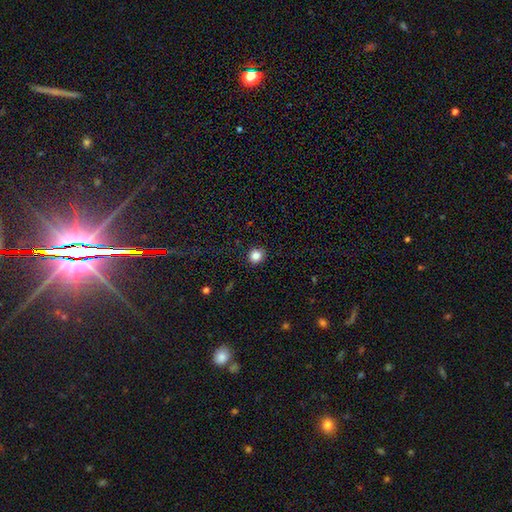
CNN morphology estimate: Smooth or featured? Predicted: smooth (p=0.84). How rounded? Predicted: round (p=0.90). Merging? Predicted: none (p=0.91).